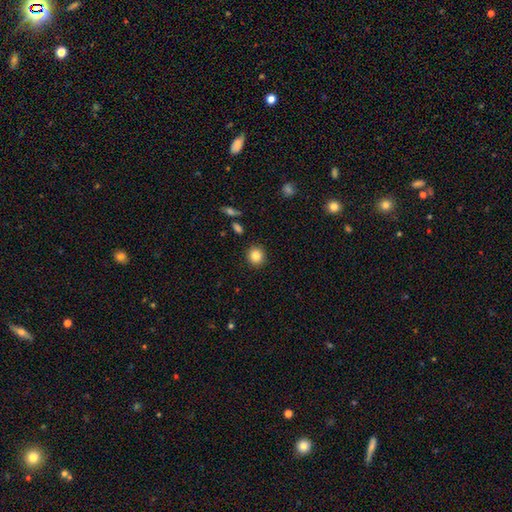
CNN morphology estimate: This appears to be a smooth galaxy with no disk features (85%) that is round (87%). Merging: none (91%).